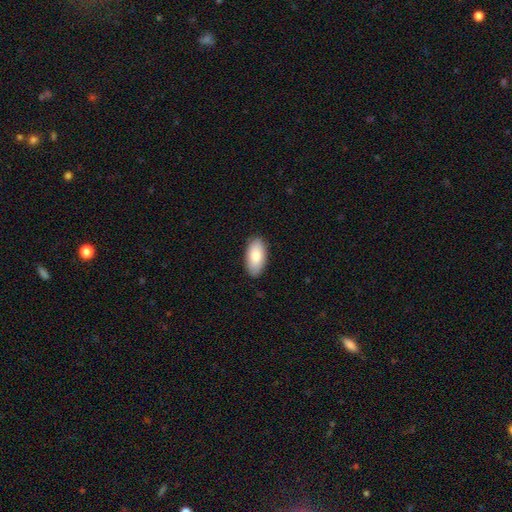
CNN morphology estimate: Overall: smooth (81%). How rounded: in between (94%). Merging: none (88%).